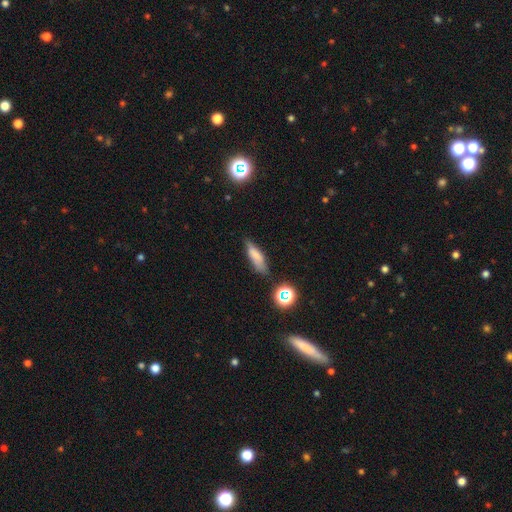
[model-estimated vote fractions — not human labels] Overall: smooth (72%). How rounded: cigar-shaped (54%; in between 43%). Merging: none (66%).